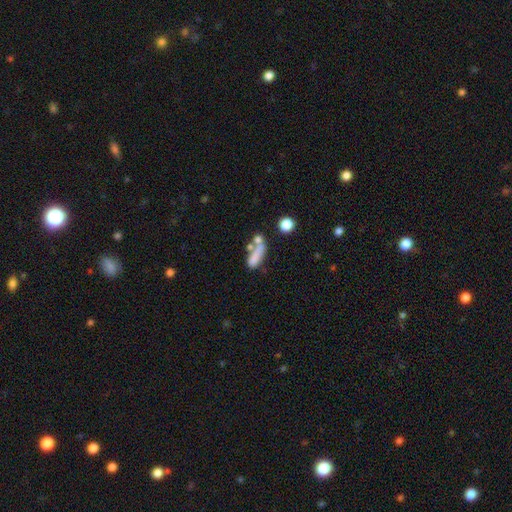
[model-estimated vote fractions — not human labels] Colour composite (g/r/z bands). It shows a smooth galaxy with no disk features (70%) that is in between round and cigar-shaped (50%). Merging: none (38%).